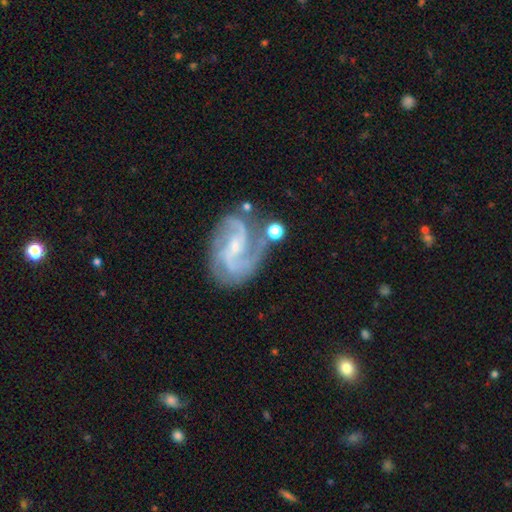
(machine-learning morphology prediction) This appears to be a featured or disk galaxy (88%) with a weak bar (48%), 2 (72%) medium (53%) spiral arms (97%) and a small central bulge (68%). Merging: none (65%).